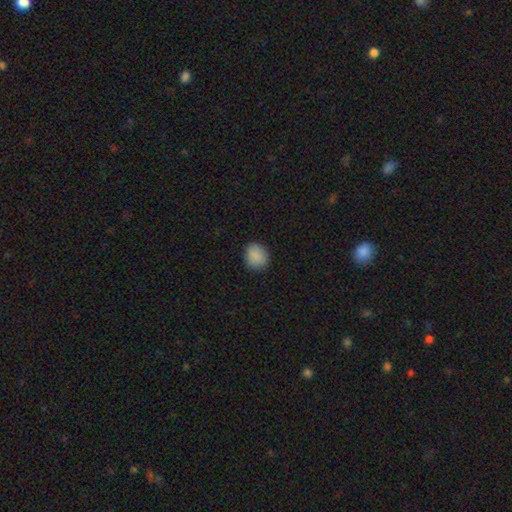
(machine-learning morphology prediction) smooth-or-featured: smooth: 88% | star or artifact: 8% | featured or disk: 3%
  how-rounded: round: 73% | in between: 26% | cigar-shaped: 1%
  merging: none: 88% | minor disturbance: 9% | major disturbance: 2% | merger: 1%